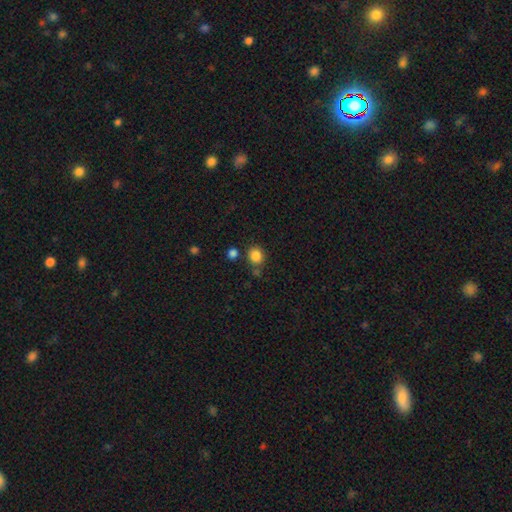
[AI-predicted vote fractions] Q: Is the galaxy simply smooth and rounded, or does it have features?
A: smooth — 85%.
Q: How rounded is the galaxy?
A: round — 81%.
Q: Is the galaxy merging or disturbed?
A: none — 75%.